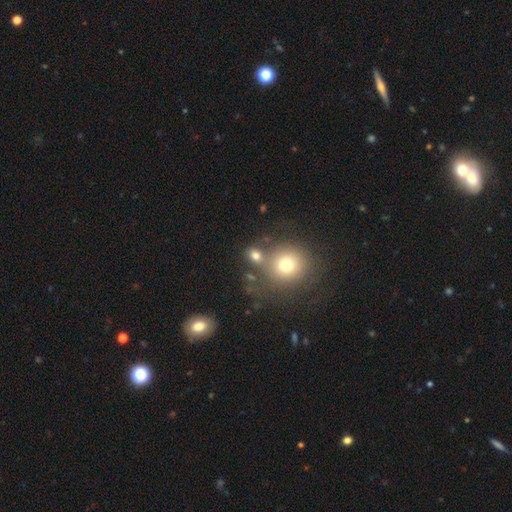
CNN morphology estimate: type=smooth (74%); roundness=round (68%); merging=none (52%).